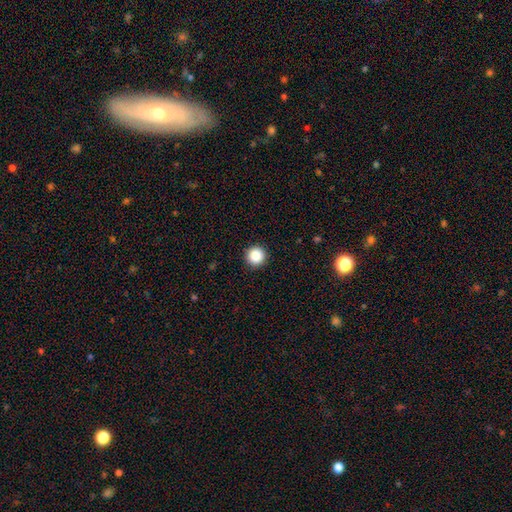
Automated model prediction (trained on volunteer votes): Morphology: type=smooth (88%); roundness=round (96%); merging=none (93%).